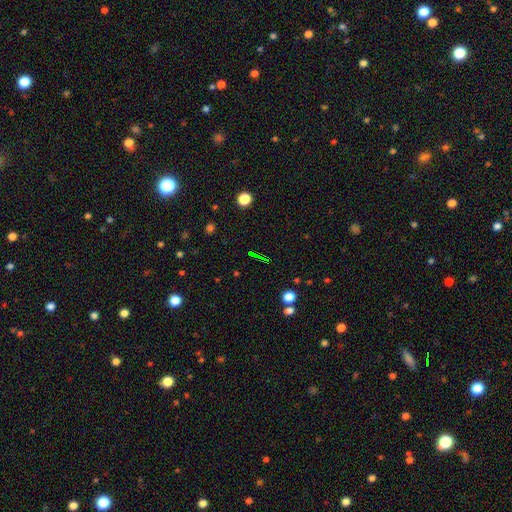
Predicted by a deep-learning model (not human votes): A star or artifact, not a galaxy (61%).

Vote fractions:
- Smooth or featured? star or artifact: 61% / smooth: 24% / featured or disk: 15%